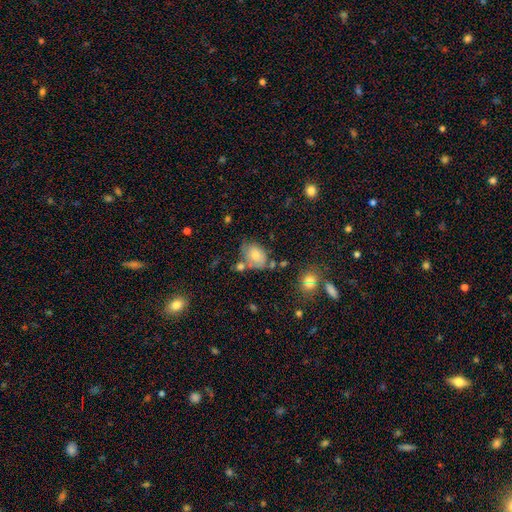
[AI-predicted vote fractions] Morphology: type=smooth (71%); roundness=in between (77%); merging=none (50%).